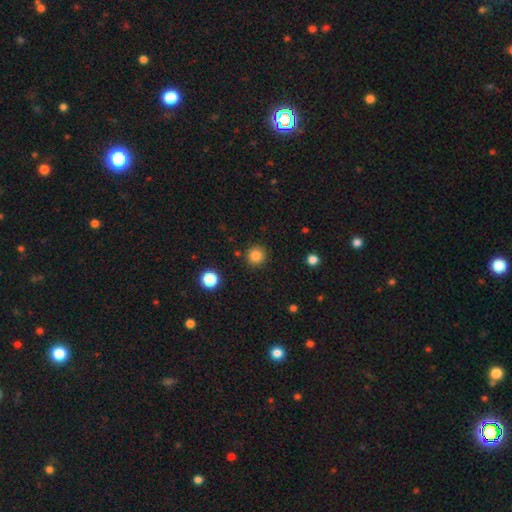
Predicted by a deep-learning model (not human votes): Q: Smooth or featured?
A: smooth (83%); runner-up: star or artifact (12%)
Q: How rounded?
A: round (94%); runner-up: in between (5%)
Q: Merging?
A: none (90%); runner-up: minor disturbance (6%)